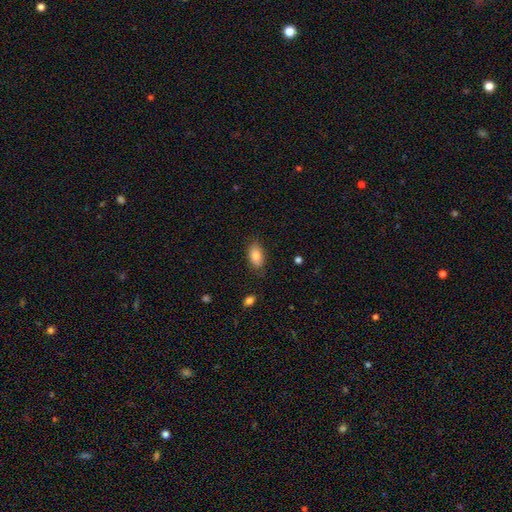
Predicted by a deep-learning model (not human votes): smooth 84%, featured or disk 8%, star or artifact 7%. Down the decision tree: how rounded — in between (92%); merging — none (82%).